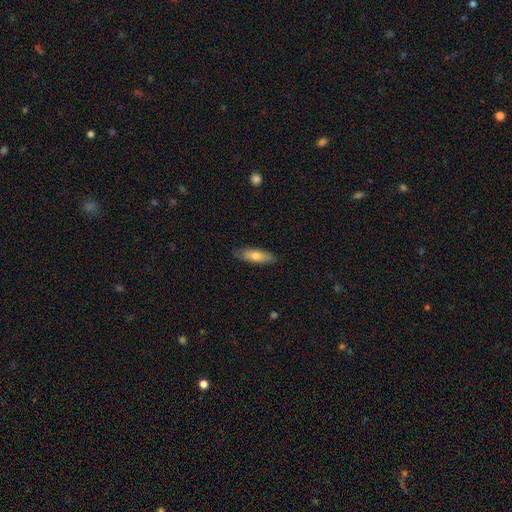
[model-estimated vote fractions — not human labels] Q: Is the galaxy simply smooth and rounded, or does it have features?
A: smooth — 66%.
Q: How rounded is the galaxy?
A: cigar-shaped — 55%.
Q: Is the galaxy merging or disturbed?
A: none — 86%.